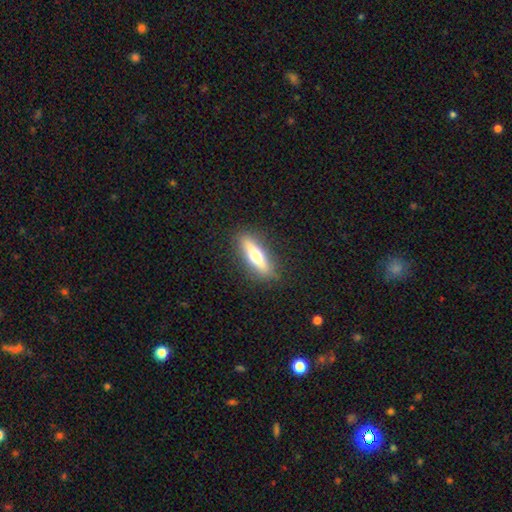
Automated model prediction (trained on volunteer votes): Smooth or featured?
  - smooth: 50% *
  - featured or disk: 44%
  - star or artifact: 7%
Merging?
  - none: 87% *
  - minor disturbance: 9%
  - major disturbance: 3%
  - merger: 1%